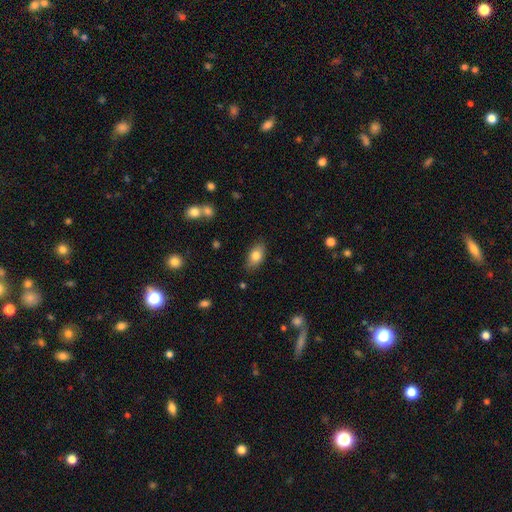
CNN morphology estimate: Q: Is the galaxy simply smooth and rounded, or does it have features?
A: smooth — 79%.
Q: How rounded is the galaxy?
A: in between — 89%.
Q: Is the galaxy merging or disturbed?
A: none — 83%.